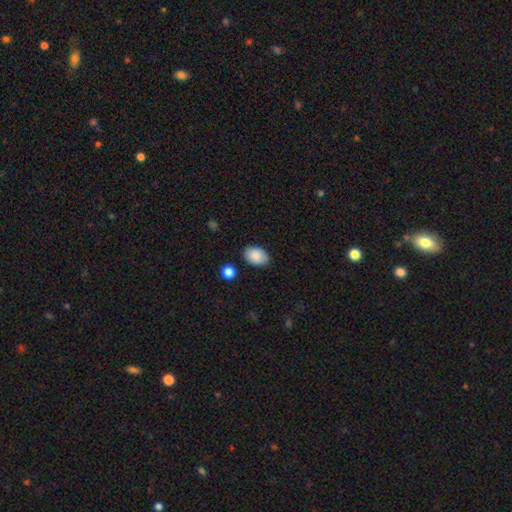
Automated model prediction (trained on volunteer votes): smooth 87%, star or artifact 7%, featured or disk 6%. Down the decision tree: how rounded — in between (86%); merging — none (83%).